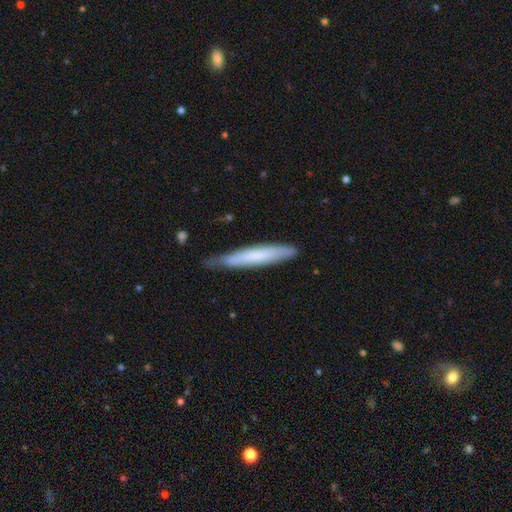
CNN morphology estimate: The model was most divided on "smooth or featured": smooth: 63%, featured or disk: 31%, star or artifact: 6%. More confident: how rounded — cigar-shaped (93%); merging — none (72%).